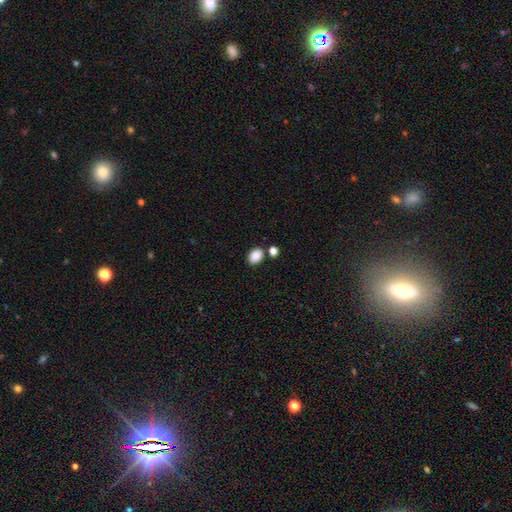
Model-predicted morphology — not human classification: A smooth galaxy with no disk features (87%) that is in between round and cigar-shaped (78%). Merging: none (78%).